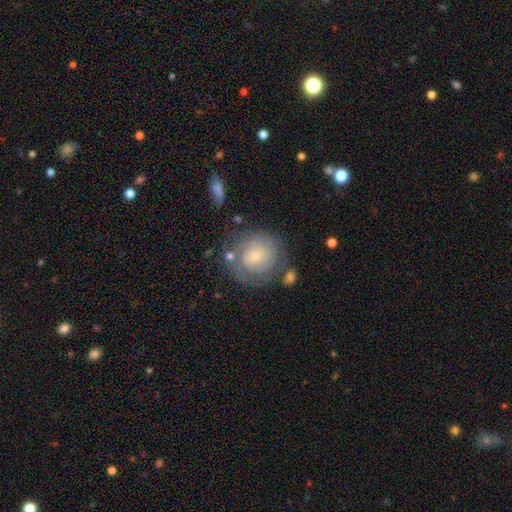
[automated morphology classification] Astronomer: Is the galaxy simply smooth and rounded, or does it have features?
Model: featured or disk — 63%.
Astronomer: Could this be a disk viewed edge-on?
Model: no — 97%.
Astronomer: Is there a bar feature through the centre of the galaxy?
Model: no — 77%.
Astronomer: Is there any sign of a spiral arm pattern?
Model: yes — 83%.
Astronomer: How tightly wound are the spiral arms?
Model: tight — 75%.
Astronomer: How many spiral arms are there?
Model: can't tell — 47% (runner-up: 2, 27%).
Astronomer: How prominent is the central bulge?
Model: small — 74%.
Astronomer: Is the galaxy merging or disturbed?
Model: none — 67%.